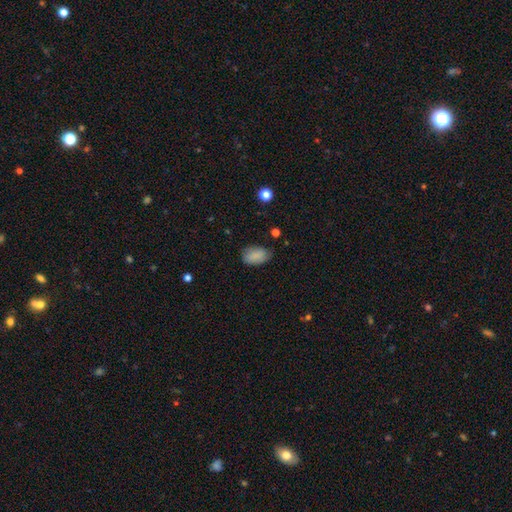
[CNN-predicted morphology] Q: Smooth or featured?
A: smooth (86%); runner-up: star or artifact (8%)
Q: How rounded?
A: in between (91%); runner-up: round (7%)
Q: Merging?
A: none (71%); runner-up: minor disturbance (23%)